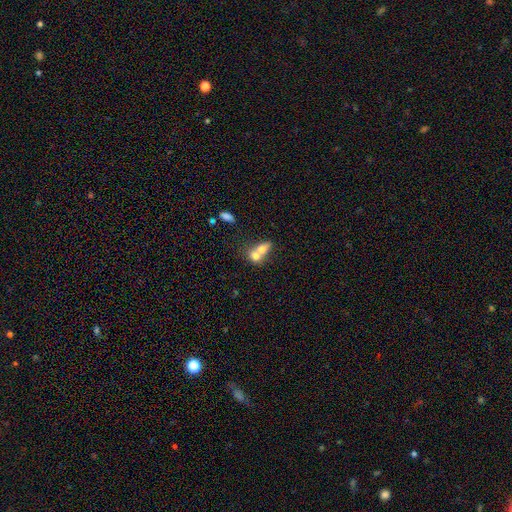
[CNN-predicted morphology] Smooth or featured? Predicted: smooth (p=0.70). How rounded? Predicted: in between (p=0.57). Merging? Predicted: merger (p=0.74).